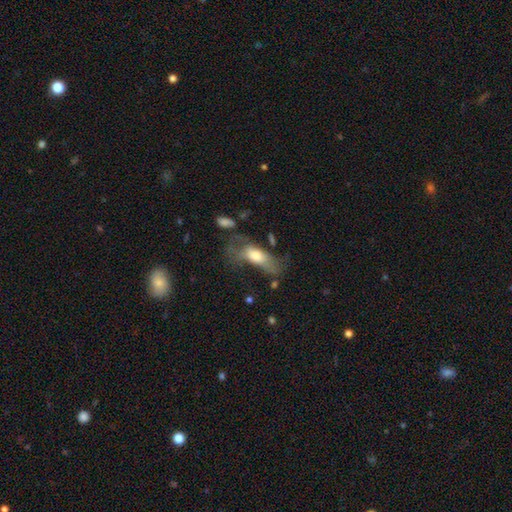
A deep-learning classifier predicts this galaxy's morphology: Smooth or featured?
  - smooth: 59% *
  - featured or disk: 33%
  - star or artifact: 8%
How rounded?
  - in between: 77% *
  - cigar-shaped: 19%
  - round: 4%
Merging?
  - major disturbance: 45% *
  - none: 25%
  - minor disturbance: 23%
  - merger: 7%